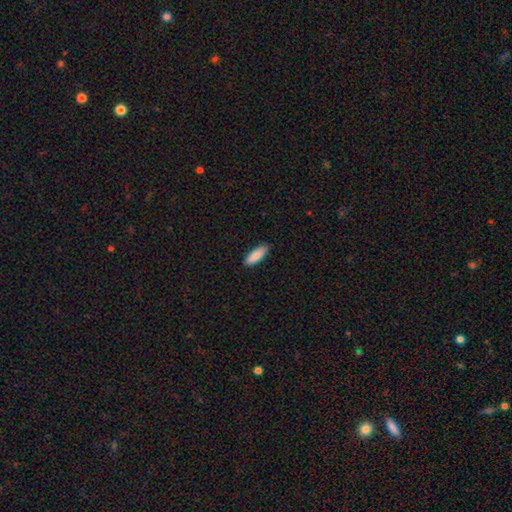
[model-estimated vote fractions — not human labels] smooth-or-featured: smooth: 88% | featured or disk: 7% | star or artifact: 6%
  how-rounded: in between: 60% | cigar-shaped: 38% | round: 2%
  merging: none: 89% | minor disturbance: 9% | major disturbance: 2% | merger: 1%